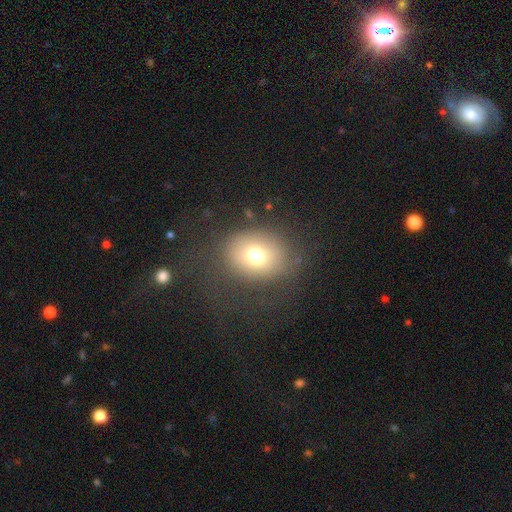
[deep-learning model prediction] A smooth galaxy with no disk features (70%) that is round (61%). Merging: none (69%).